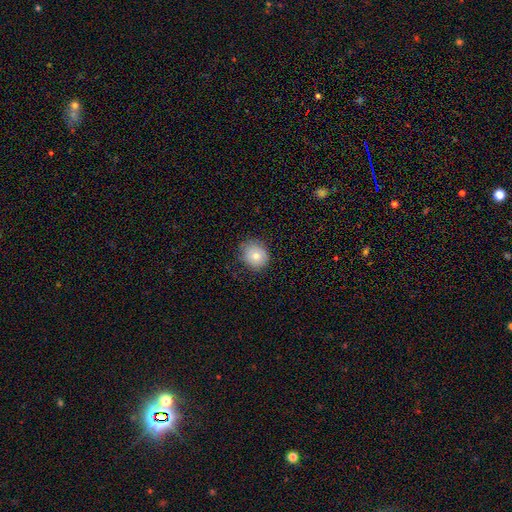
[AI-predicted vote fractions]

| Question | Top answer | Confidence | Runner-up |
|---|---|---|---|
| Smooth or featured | smooth | 77% | featured or disk (13%) |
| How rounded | round | 79% | in between (20%) |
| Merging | none | 79% | minor disturbance (17%) |